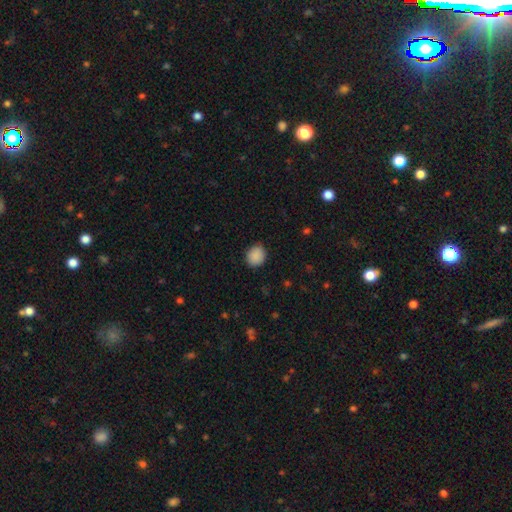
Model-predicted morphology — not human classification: Smooth or featured? Predicted: smooth (p=0.89). How rounded? Predicted: round (p=0.70). Merging? Predicted: none (p=0.86).